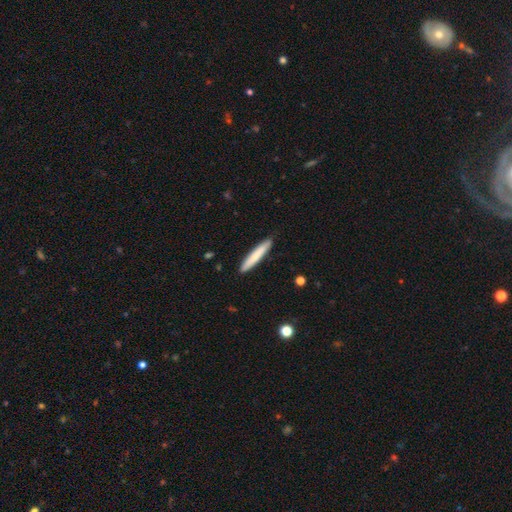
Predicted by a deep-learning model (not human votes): Smooth or featured?
  - smooth: 78% *
  - featured or disk: 17%
  - star or artifact: 5%
How rounded?
  - cigar-shaped: 94% *
  - in between: 5%
  - round: 1%
Merging?
  - none: 90% *
  - minor disturbance: 8%
  - major disturbance: 1%
  - merger: 1%